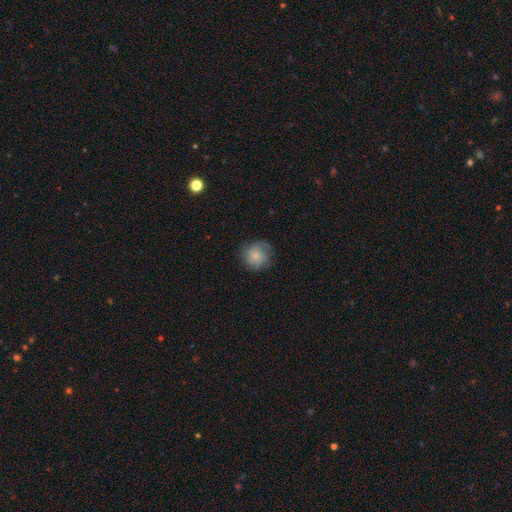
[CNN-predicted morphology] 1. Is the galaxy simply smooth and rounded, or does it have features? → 65% smooth, 27% featured or disk, 8% star or artifact.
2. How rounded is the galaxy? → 88% round, 11% in between, 1% cigar-shaped.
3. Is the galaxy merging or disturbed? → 71% none, 20% minor disturbance, 8% major disturbance, 1% merger.